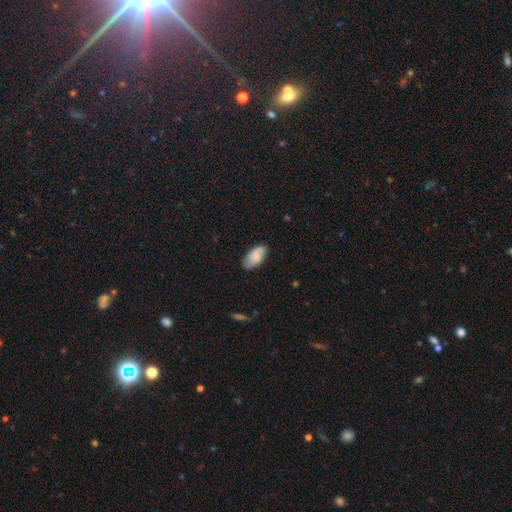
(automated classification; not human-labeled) smooth-or-featured: smooth: 70% | featured or disk: 23% | star or artifact: 7%
  how-rounded: in between: 94% | cigar-shaped: 4% | round: 3%
  merging: none: 77% | minor disturbance: 19% | major disturbance: 3% | merger: 1%